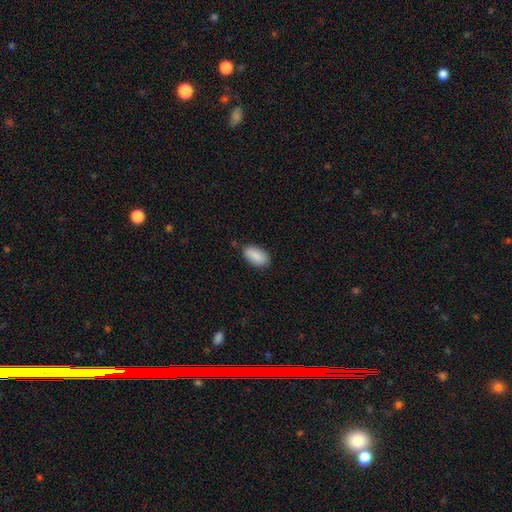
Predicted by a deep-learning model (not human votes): The model was most divided on "merging": none: 83%, minor disturbance: 13%, major disturbance: 2%, merger: 2%. More confident: how rounded — in between (93%); smooth or featured — smooth (89%).